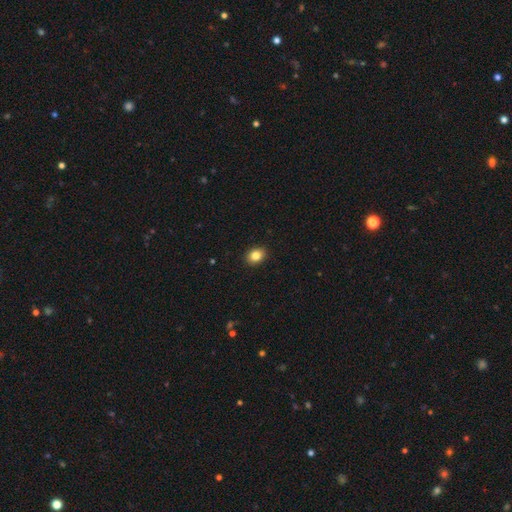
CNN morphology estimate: smooth 84%, star or artifact 10%, featured or disk 6%. Down the decision tree: how rounded — in between (53%); merging — none (91%).